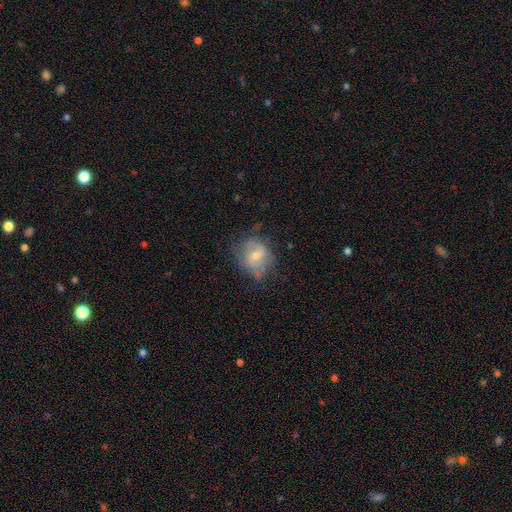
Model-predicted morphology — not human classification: type=featured or disk (52%); edge-on=no (96%); merging=none (59%).